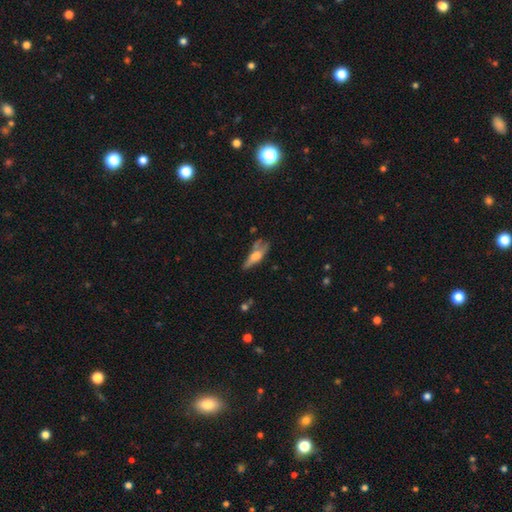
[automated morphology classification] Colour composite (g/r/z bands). It shows a smooth galaxy with no disk features (48%). Merging: none (41%).